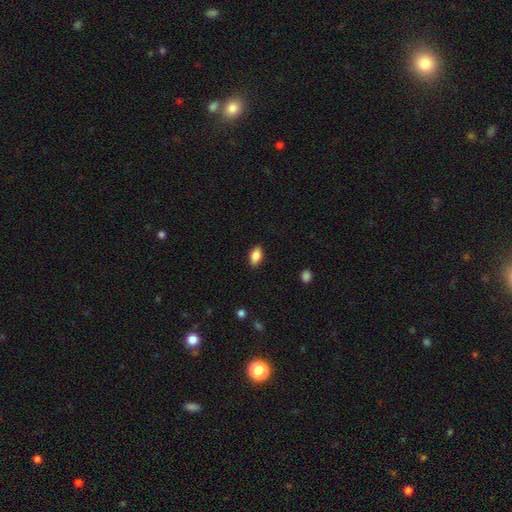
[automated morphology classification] Q: Smooth or featured?
A: smooth (85%); runner-up: featured or disk (8%)
Q: How rounded?
A: in between (90%); runner-up: round (5%)
Q: Merging?
A: none (88%); runner-up: minor disturbance (9%)